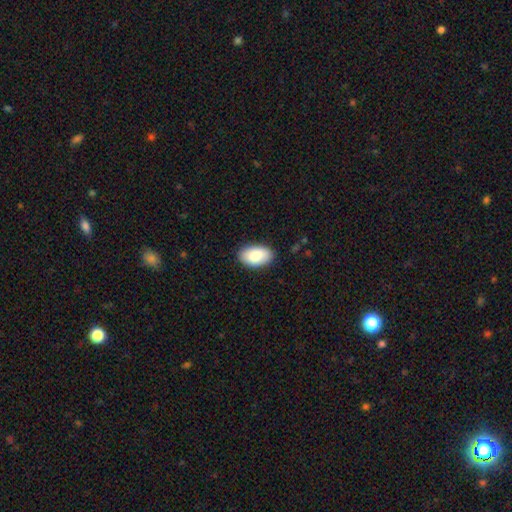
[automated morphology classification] type=smooth (87%); roundness=in between (94%); merging=none (87%).